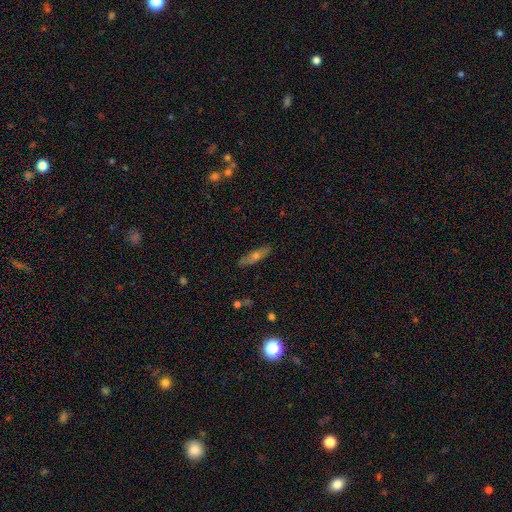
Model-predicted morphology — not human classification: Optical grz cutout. It shows a smooth galaxy with no disk features (47%). Merging: none (85%).